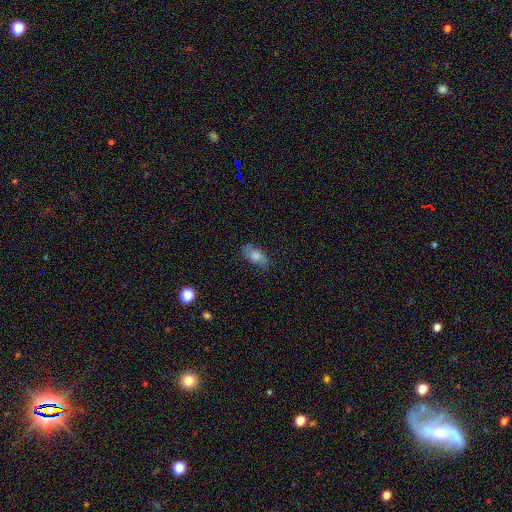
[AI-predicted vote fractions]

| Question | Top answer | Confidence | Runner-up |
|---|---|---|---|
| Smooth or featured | smooth | 62% | featured or disk (24%) |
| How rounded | in between | 83% | round (9%) |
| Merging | none | 75% | minor disturbance (18%) |